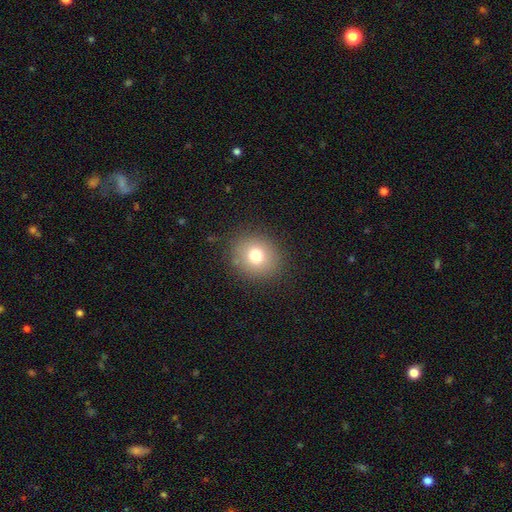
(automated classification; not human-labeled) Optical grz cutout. It shows a smooth galaxy with no disk features (76%) that is round (80%). Merging: none (86%).